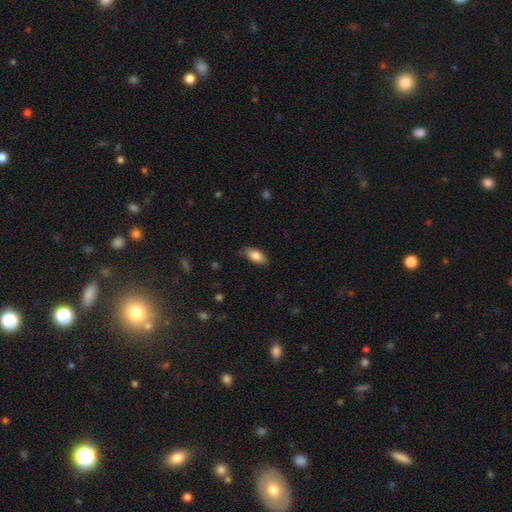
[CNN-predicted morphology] A smooth galaxy with no disk features (83%) that is in between round and cigar-shaped (87%).

Vote fractions:
- Smooth or featured? smooth: 83% / featured or disk: 10% / star or artifact: 7%
- How rounded? in between: 87% / cigar-shaped: 11% / round: 2%
- Merging? none: 82% / minor disturbance: 15% / major disturbance: 3% / merger: 1%